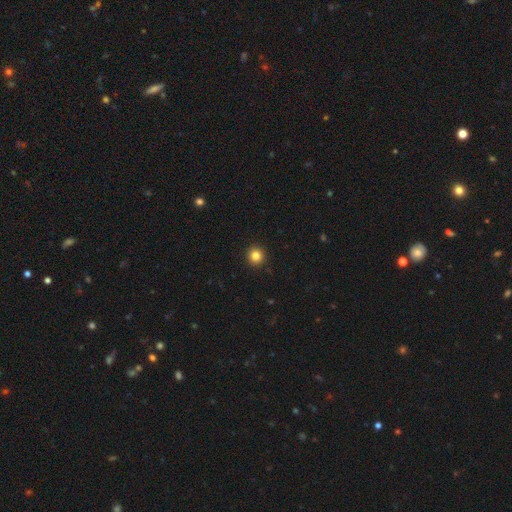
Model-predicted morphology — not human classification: Smooth or featured? Predicted: smooth (p=0.84). How rounded? Predicted: round (p=0.94). Merging? Predicted: none (p=0.93).